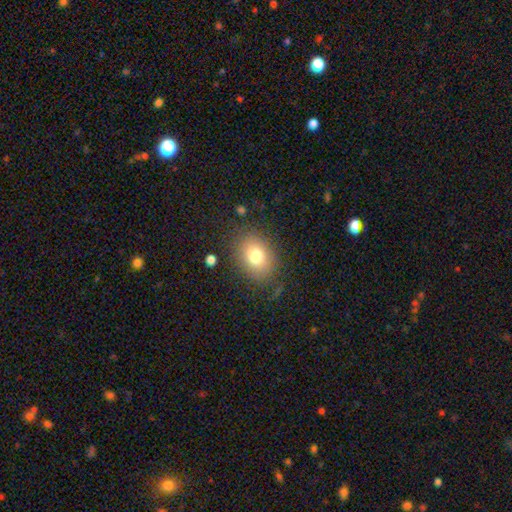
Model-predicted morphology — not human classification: smooth_or_featured: smooth (p=0.77) [alt: featured or disk p=0.12]
how_rounded: in between (p=0.61) [alt: round p=0.38]
merging: none (p=0.81) [alt: minor disturbance p=0.12]